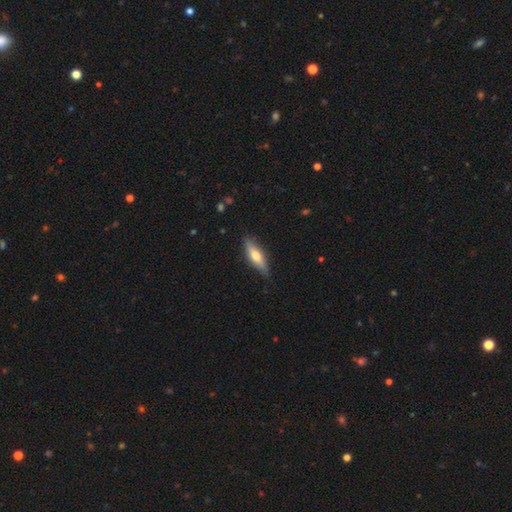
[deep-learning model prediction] A smooth galaxy with no disk features (50%) that is cigar-shaped (59%). Merging: none (82%).